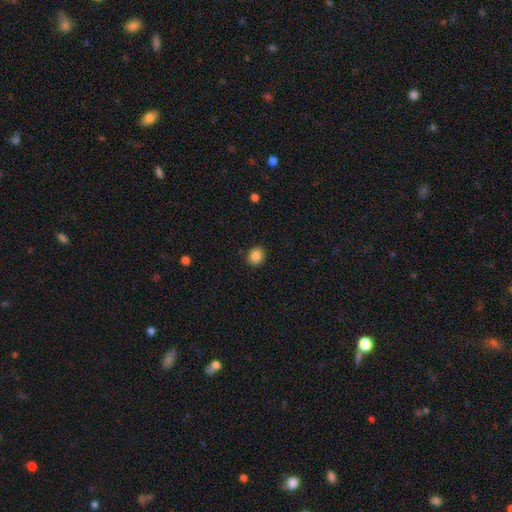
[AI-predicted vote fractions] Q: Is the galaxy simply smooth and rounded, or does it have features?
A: smooth — 86%.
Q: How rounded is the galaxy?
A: round — 79%.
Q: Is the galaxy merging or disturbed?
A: none — 90%.